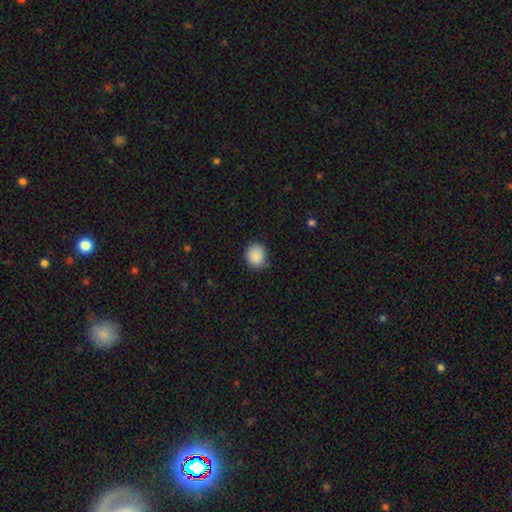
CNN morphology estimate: The model was most divided on "merging": none: 76%, minor disturbance: 19%, major disturbance: 4%, merger: 1%. More confident: smooth or featured — smooth (88%); how rounded — round (80%).